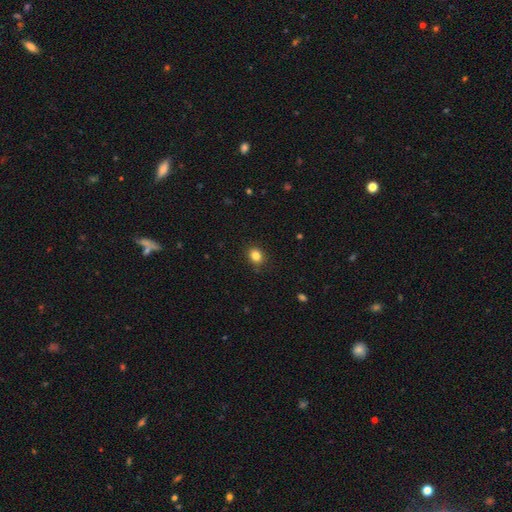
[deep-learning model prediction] Smooth or featured: smooth — 84% (star or artifact — 11%)
How rounded: round — 64% (in between — 35%)
Merging: none — 86% (minor disturbance — 10%)